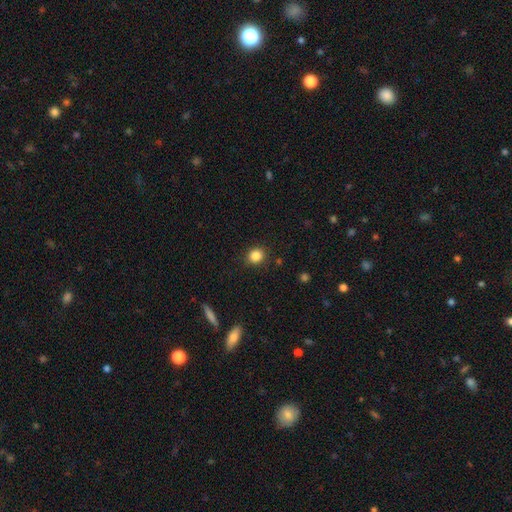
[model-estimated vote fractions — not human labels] A smooth galaxy with no disk features (85%) that is round (84%).

Vote fractions:
- Smooth or featured? smooth: 85% / star or artifact: 11% / featured or disk: 4%
- How rounded? round: 84% / in between: 15% / cigar-shaped: 1%
- Merging? none: 89% / minor disturbance: 7% / major disturbance: 2% / merger: 1%